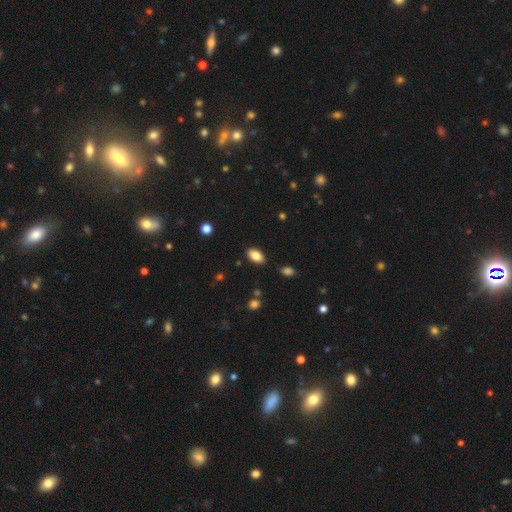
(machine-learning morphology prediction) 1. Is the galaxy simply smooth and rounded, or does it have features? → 83% smooth, 9% featured or disk, 8% star or artifact.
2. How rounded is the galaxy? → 91% in between, 7% round, 2% cigar-shaped.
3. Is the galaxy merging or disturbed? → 85% none, 11% minor disturbance, 2% major disturbance, 2% merger.